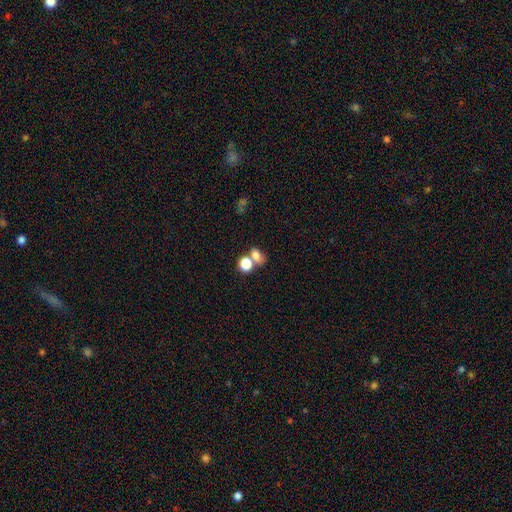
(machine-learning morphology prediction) type=smooth (76%); roundness=in between (56%); merging=merger (45%).